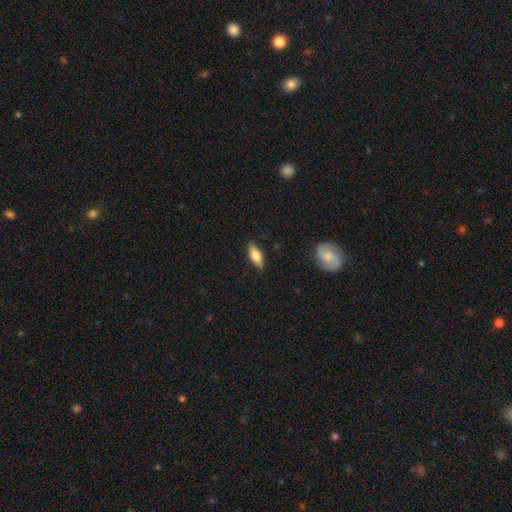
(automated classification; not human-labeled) Smooth or featured?
  - smooth: 73% *
  - featured or disk: 21%
  - star or artifact: 6%
How rounded?
  - in between: 72% *
  - cigar-shaped: 25%
  - round: 3%
Merging?
  - none: 86% *
  - minor disturbance: 10%
  - major disturbance: 2%
  - merger: 1%